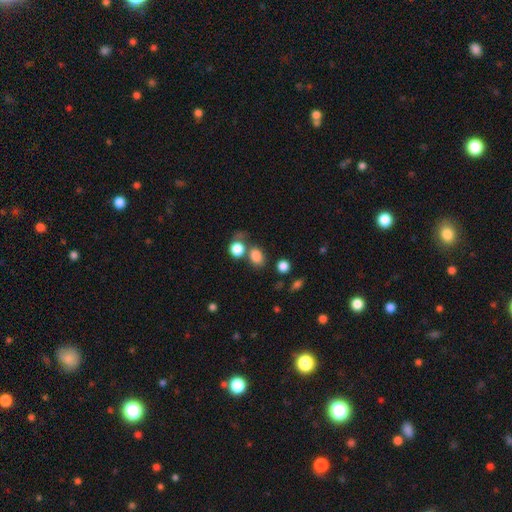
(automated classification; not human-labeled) Overall: smooth (82%). How rounded: in between (55%; round 44%). Merging: none (57%; merger 23%).